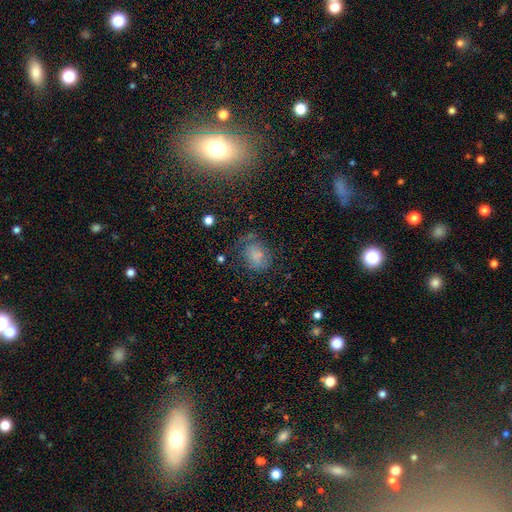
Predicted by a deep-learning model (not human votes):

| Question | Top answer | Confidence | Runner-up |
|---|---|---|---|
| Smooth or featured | smooth | 67% | featured or disk (18%) |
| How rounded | in between | 58% | round (41%) |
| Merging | none | 54% | minor disturbance (26%) |